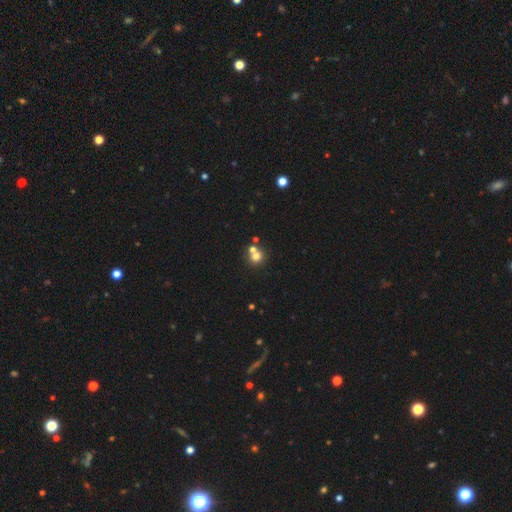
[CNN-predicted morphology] Q: Smooth or featured?
A: smooth (70%); runner-up: star or artifact (16%)
Q: How rounded?
A: round (87%); runner-up: in between (12%)
Q: Merging?
A: none (53%); runner-up: merger (37%)